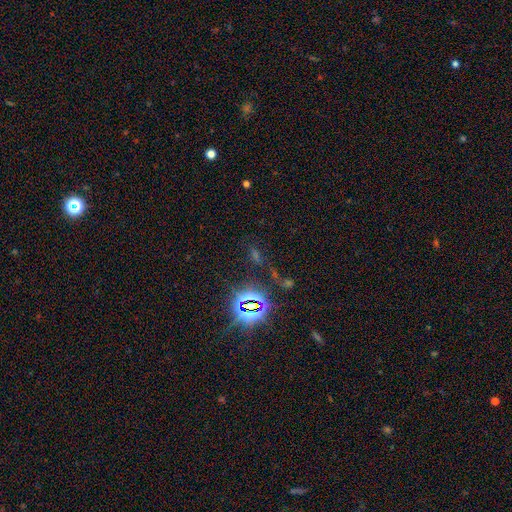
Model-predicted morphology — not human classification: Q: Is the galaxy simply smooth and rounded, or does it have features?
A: star or artifact — 70%.